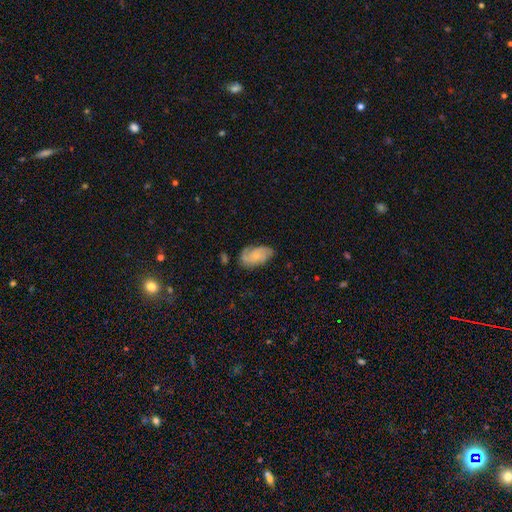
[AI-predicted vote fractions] This is possibly a featured or disk galaxy (54%). It is clearly not viewed edge-on (96%). Bar: likely no (74%). Spiral arm pattern: clearly yes (88%). Central bulge: possibly small (59%). Merging: likely none (62%).